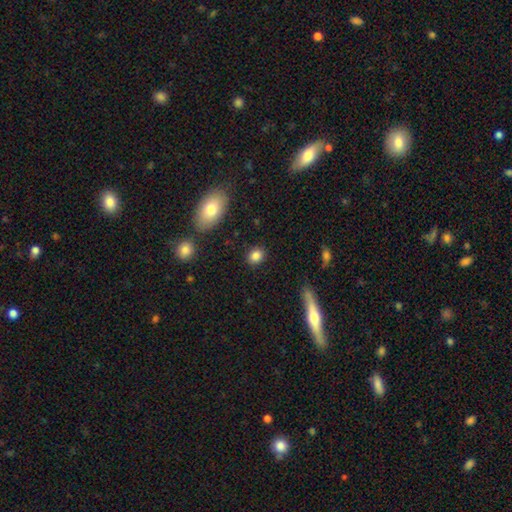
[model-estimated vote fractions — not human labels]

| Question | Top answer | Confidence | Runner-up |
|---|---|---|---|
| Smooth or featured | smooth | 86% | star or artifact (9%) |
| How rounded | round | 56% | in between (42%) |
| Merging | none | 87% | minor disturbance (9%) |